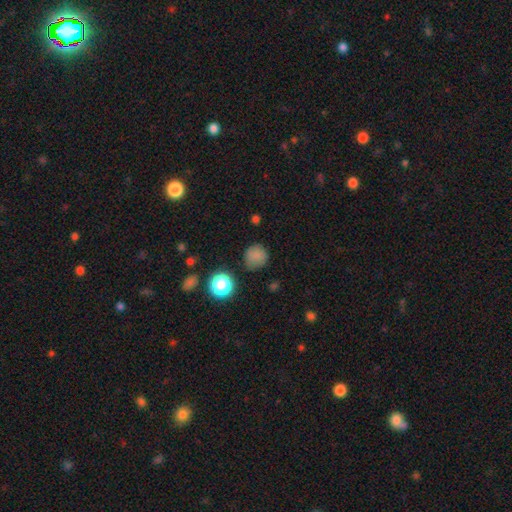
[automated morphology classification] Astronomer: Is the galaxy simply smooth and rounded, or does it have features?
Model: smooth — 78%.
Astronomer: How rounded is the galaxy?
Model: round — 89%.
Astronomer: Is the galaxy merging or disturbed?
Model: none — 77%.